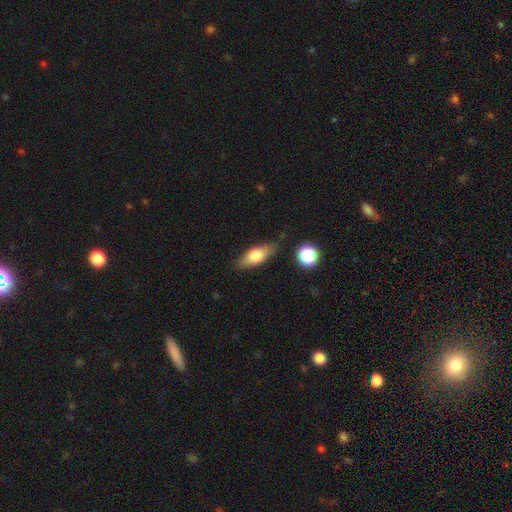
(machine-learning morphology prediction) Smooth or featured?
  - smooth: 65% *
  - featured or disk: 28%
  - star or artifact: 7%
How rounded?
  - in between: 73% *
  - cigar-shaped: 22%
  - round: 5%
Merging?
  - none: 76% *
  - minor disturbance: 17%
  - major disturbance: 4%
  - merger: 4%